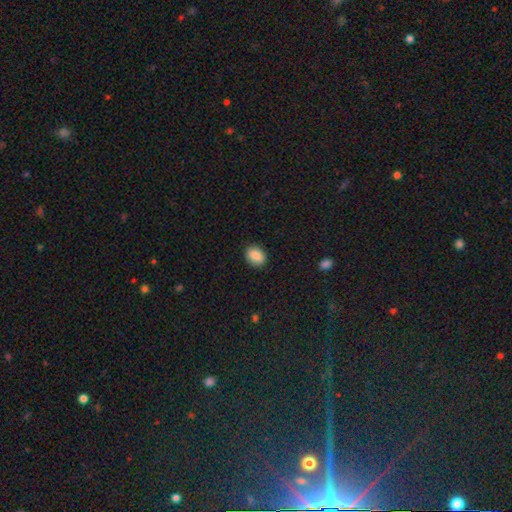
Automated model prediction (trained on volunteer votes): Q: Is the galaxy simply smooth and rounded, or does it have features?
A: smooth — 88%.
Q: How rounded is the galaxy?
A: in between — 68%.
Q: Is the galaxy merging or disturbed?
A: none — 89%.